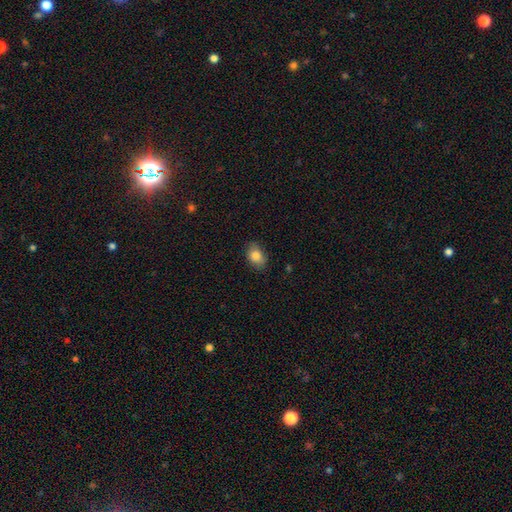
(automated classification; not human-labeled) A smooth galaxy with no disk features (84%) that is in between round and cigar-shaped (78%).

Vote fractions:
- Smooth or featured? smooth: 84% / star or artifact: 8% / featured or disk: 8%
- How rounded? in between: 78% / round: 21% / cigar-shaped: 1%
- Merging? none: 81% / minor disturbance: 15% / major disturbance: 3% / merger: 1%